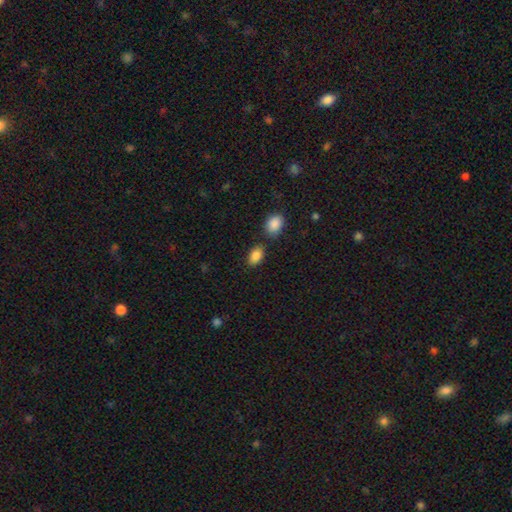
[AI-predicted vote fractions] Overall: smooth (87%). How rounded: in between (89%). Merging: none (75%).